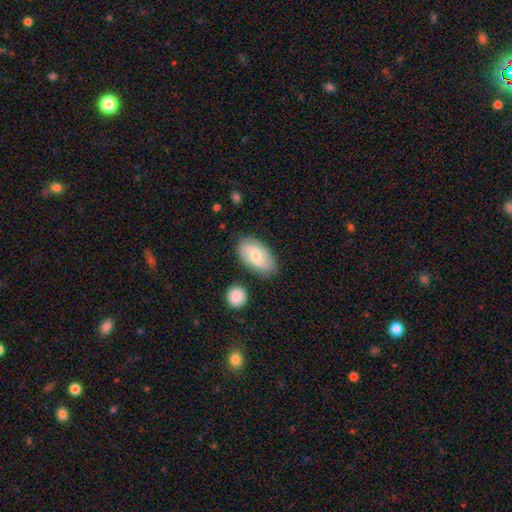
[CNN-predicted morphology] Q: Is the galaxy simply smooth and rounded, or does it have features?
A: featured or disk — 49%.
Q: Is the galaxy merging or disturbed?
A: none — 79%.